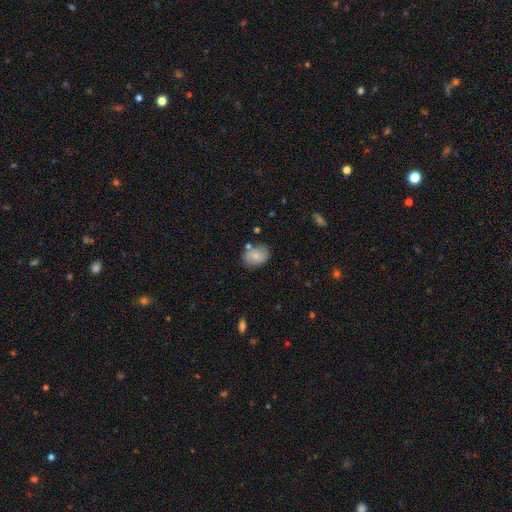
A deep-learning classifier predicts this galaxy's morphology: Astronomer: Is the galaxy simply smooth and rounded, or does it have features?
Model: smooth — 71%.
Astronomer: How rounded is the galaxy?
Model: in between — 62%.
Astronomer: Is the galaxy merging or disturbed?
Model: none — 71%.